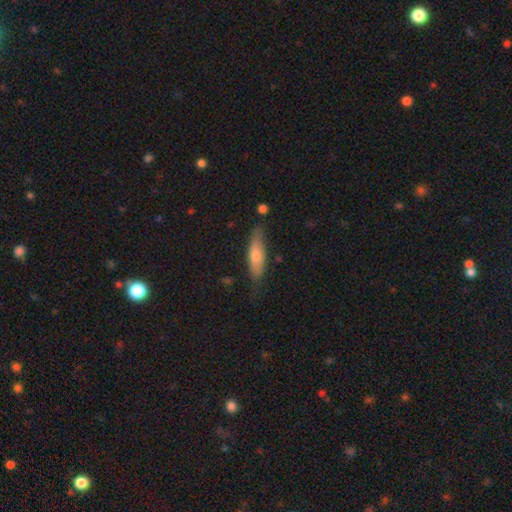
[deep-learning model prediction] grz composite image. It shows a smooth galaxy with no disk features (65%) that is cigar-shaped (62%). Merging: none (70%).